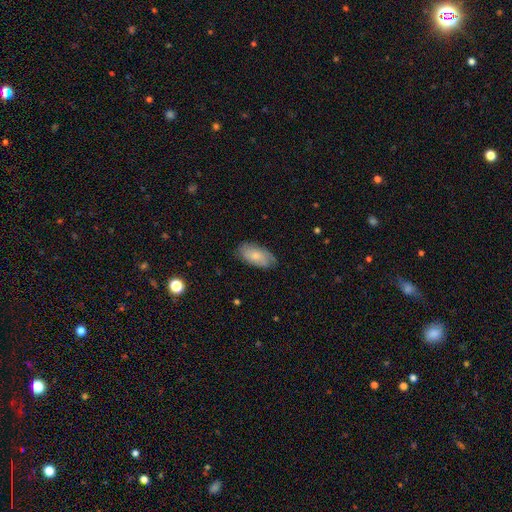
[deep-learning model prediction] Smooth or featured? smooth (75%)
How rounded? in between (93%)
Merging? none (77%)